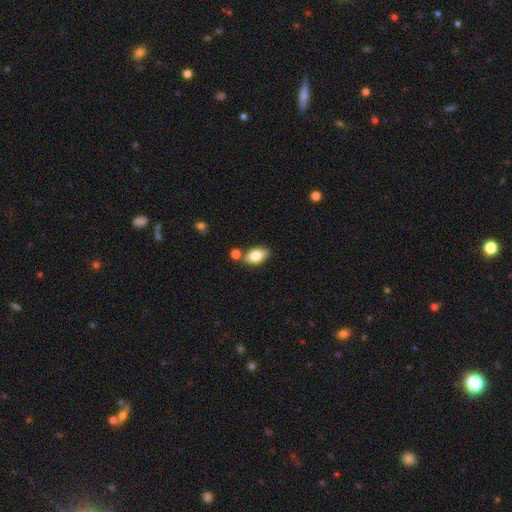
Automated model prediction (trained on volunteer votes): Smooth or featured? smooth (80%)
How rounded? in between (91%)
Merging? none (73%)